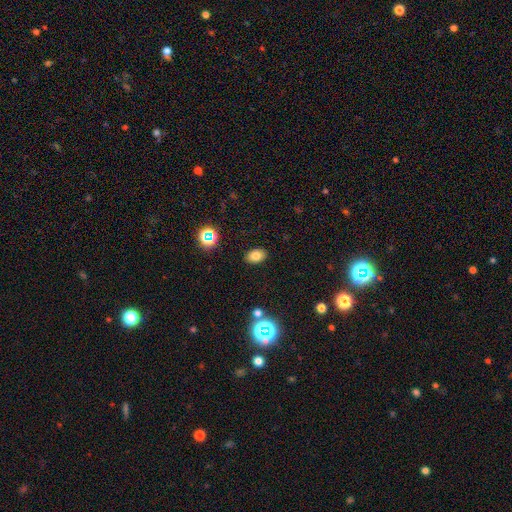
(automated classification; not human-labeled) Smooth or featured: smooth — 78% (star or artifact — 13%)
How rounded: in between — 85% (round — 14%)
Merging: none — 88% (minor disturbance — 8%)